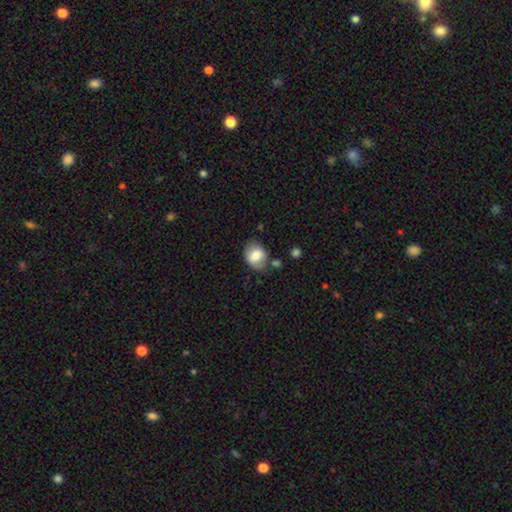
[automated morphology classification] smooth_or_featured: smooth (p=0.74) [alt: featured or disk p=0.18]
how_rounded: in between (p=0.61) [alt: round p=0.37]
merging: none (p=0.68) [alt: minor disturbance p=0.20]